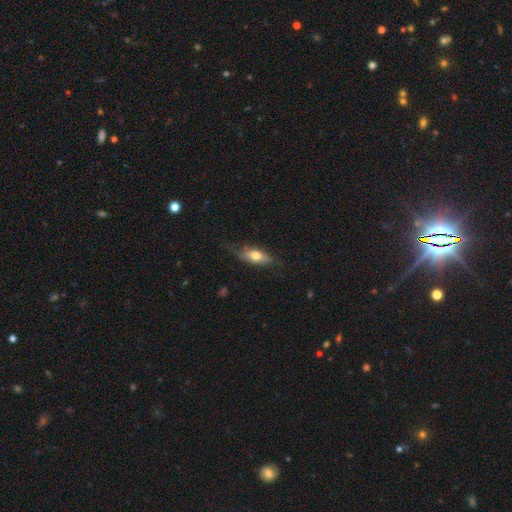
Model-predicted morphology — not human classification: Overall: smooth (68%). How rounded: in between (74%). Merging: none (62%; minor disturbance 27%).